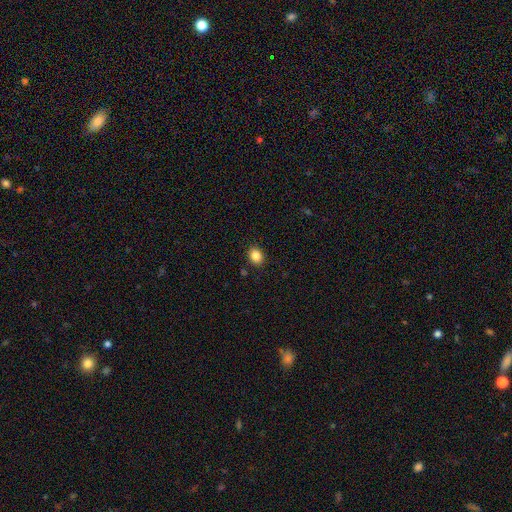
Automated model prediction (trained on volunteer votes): smooth_or_featured: smooth (p=0.85) [alt: star or artifact p=0.10]
how_rounded: round (p=0.57) [alt: in between p=0.42]
merging: none (p=0.89) [alt: minor disturbance p=0.08]